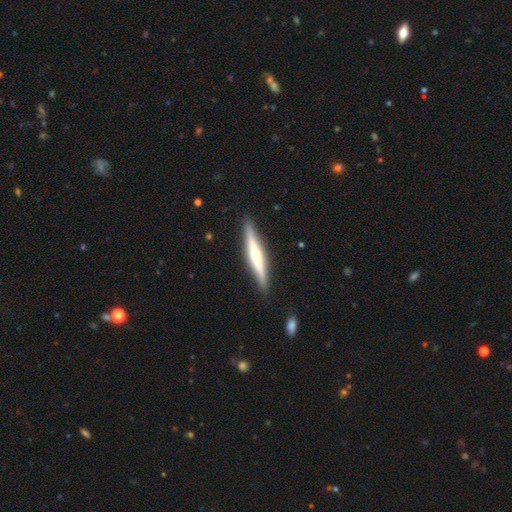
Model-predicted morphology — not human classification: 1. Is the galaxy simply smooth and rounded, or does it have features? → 62% featured or disk, 33% smooth, 5% star or artifact.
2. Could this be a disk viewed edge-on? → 96% yes, 4% no.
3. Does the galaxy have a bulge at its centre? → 71% rounded, 20% none, 8% boxy.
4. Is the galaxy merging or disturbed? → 90% none, 7% minor disturbance, 1% major disturbance, 1% merger.